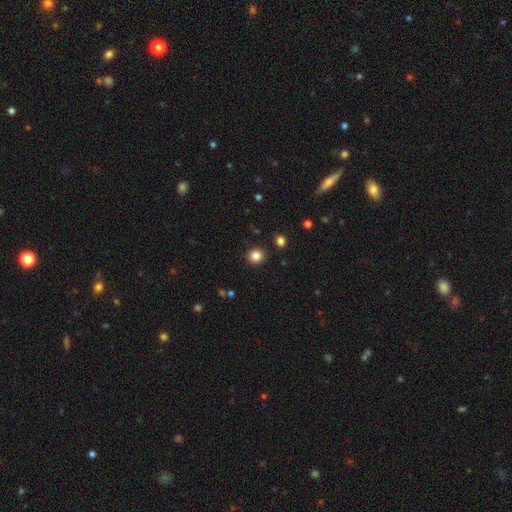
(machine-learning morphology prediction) Smooth or featured? Predicted: smooth (p=0.84). How rounded? Predicted: round (p=0.84). Merging? Predicted: none (p=0.90).